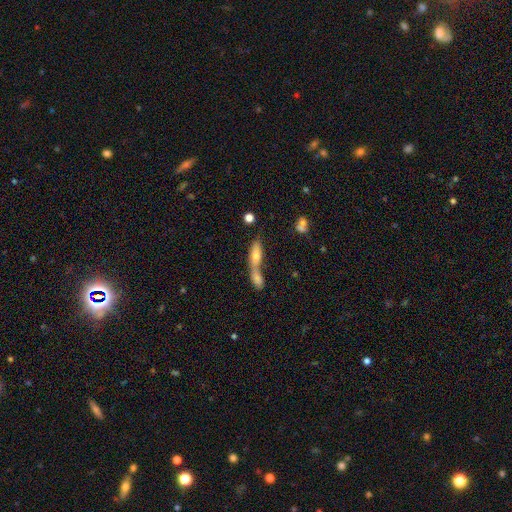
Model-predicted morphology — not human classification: The model was most divided on "how rounded": in between: 52%, cigar-shaped: 44%, round: 4%. More confident: merging — merger (66%); smooth or featured — smooth (65%).